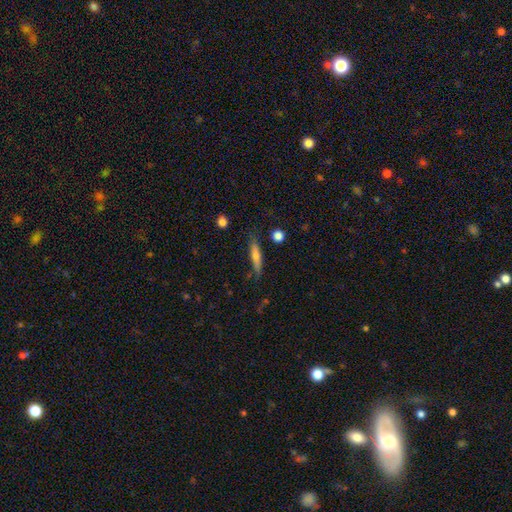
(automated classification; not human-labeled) smooth_or_featured: smooth (p=0.50) [alt: featured or disk p=0.43]
merging: none (p=0.81) [alt: minor disturbance p=0.14]